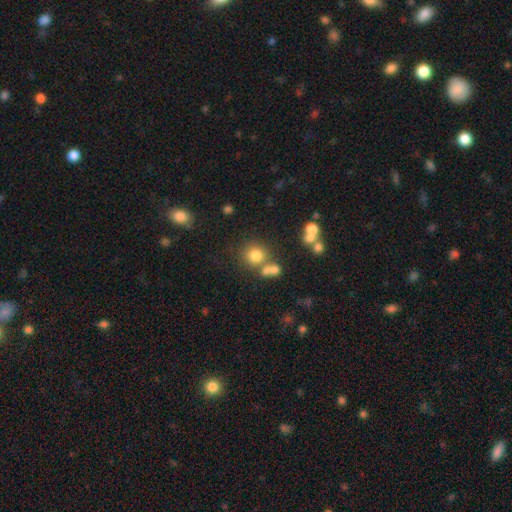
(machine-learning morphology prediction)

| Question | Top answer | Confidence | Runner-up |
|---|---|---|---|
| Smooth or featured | smooth | 75% | star or artifact (15%) |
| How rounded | round | 87% | in between (12%) |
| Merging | none | 63% | merger (22%) |